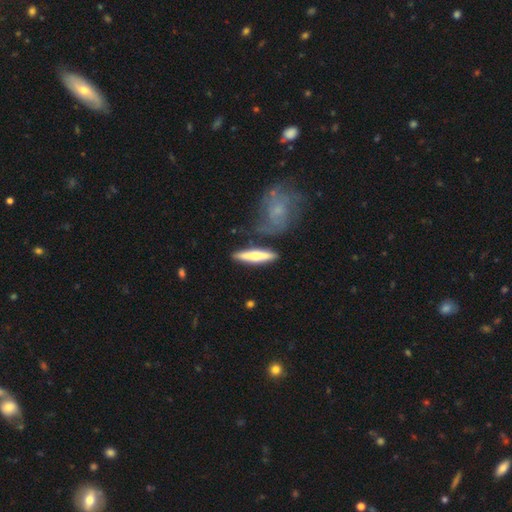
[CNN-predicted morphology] smooth-or-featured: smooth: 51% | featured or disk: 43% | star or artifact: 6%
  how-rounded: cigar-shaped: 84% | in between: 14% | round: 2%
  merging: none: 78% | minor disturbance: 12% | merger: 6% | major disturbance: 4%